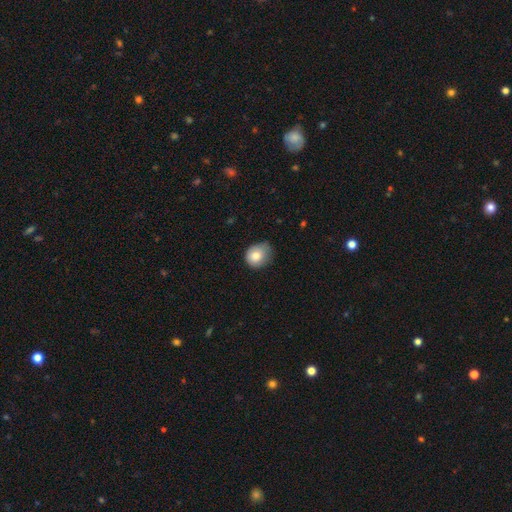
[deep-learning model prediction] This appears to be a smooth galaxy with no disk features (80%) that is round (68%). Merging: none (48%).